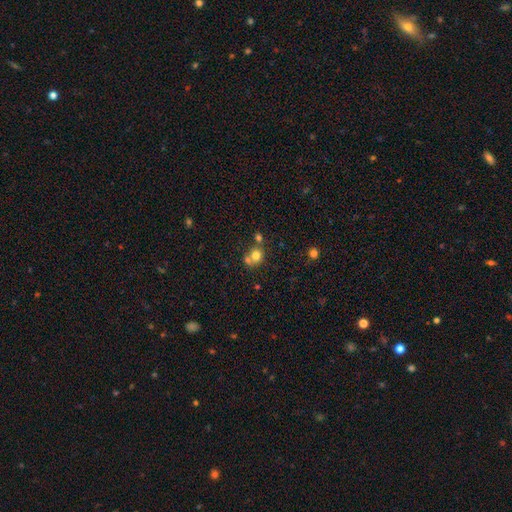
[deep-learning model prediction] Smooth or featured? Predicted: smooth (p=0.75). How rounded? Predicted: round (p=0.75). Merging? Predicted: none (p=0.44).